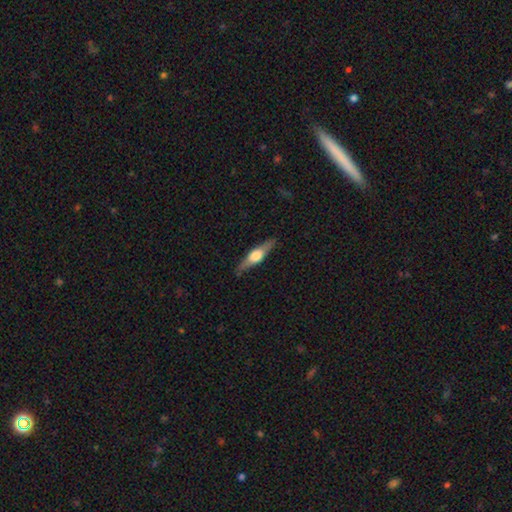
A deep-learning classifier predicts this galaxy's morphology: Smooth or featured? featured or disk (62%)
Edge-on disk? yes (95%)
Edge-on bulge? rounded (90%)
Merging? none (86%)